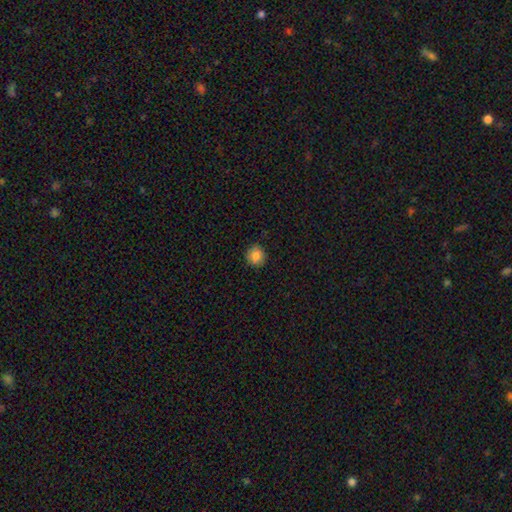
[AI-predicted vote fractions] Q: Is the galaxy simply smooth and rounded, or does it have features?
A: smooth — 84%.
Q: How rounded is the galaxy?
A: round — 89%.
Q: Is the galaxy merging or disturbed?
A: none — 88%.